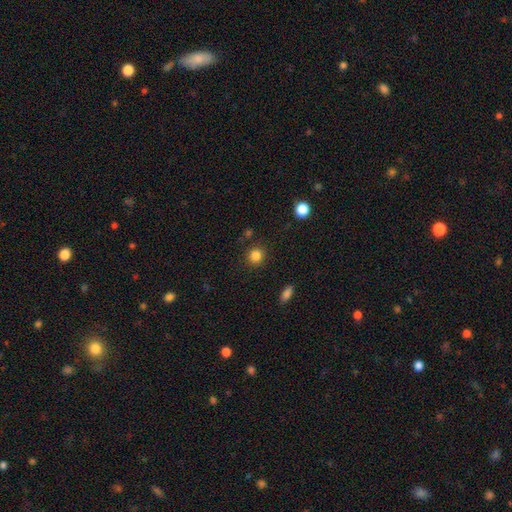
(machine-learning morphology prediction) Smooth or featured: smooth — 85% (star or artifact — 11%)
How rounded: round — 89% (in between — 10%)
Merging: none — 88% (minor disturbance — 7%)